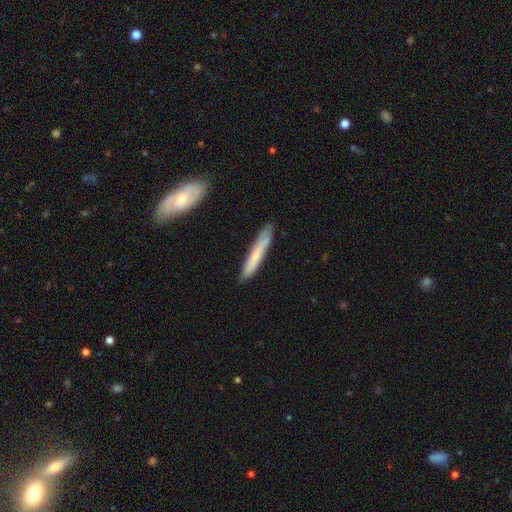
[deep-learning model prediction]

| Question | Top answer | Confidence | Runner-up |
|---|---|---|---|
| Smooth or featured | smooth | 65% | featured or disk (29%) |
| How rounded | cigar-shaped | 94% | in between (5%) |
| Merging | none | 83% | minor disturbance (13%) |